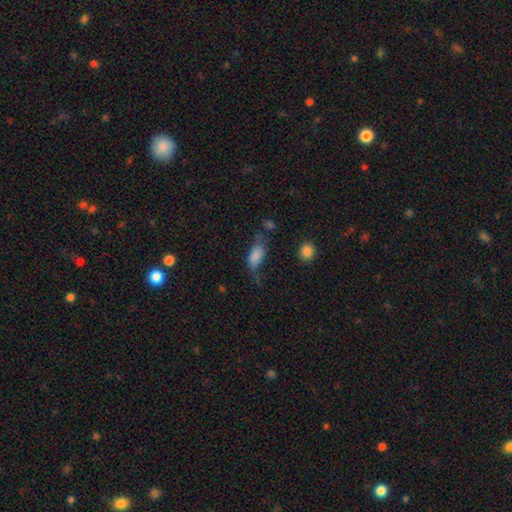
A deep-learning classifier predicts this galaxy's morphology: Overall: smooth (77%). How rounded: in between (88%). Merging: none (36%; minor disturbance 30%).